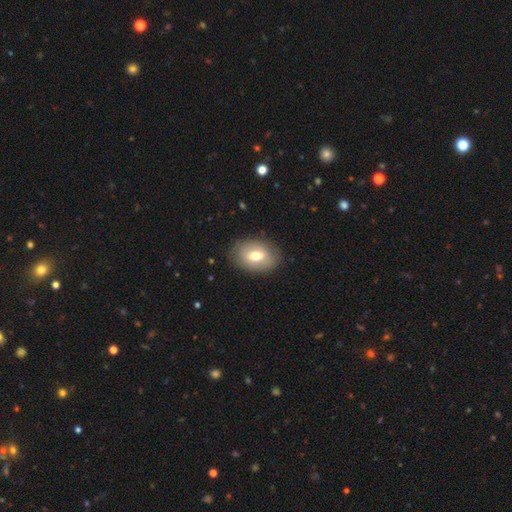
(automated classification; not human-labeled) Overall: smooth (68%). How rounded: in between (79%). Merging: none (85%).